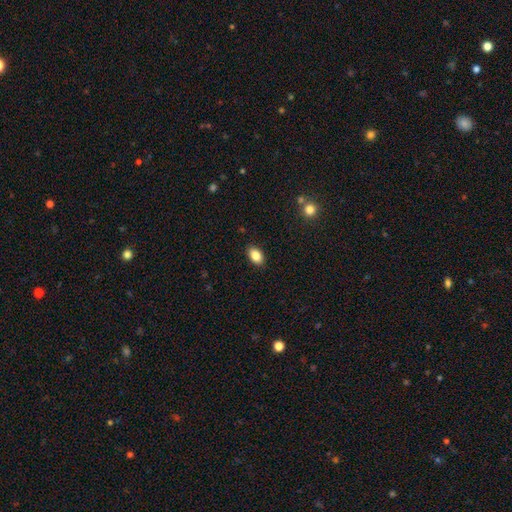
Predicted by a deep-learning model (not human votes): smooth-or-featured: smooth: 85% | star or artifact: 8% | featured or disk: 6%
  how-rounded: in between: 90% | round: 9% | cigar-shaped: 2%
  merging: none: 89% | minor disturbance: 8% | major disturbance: 2% | merger: 1%